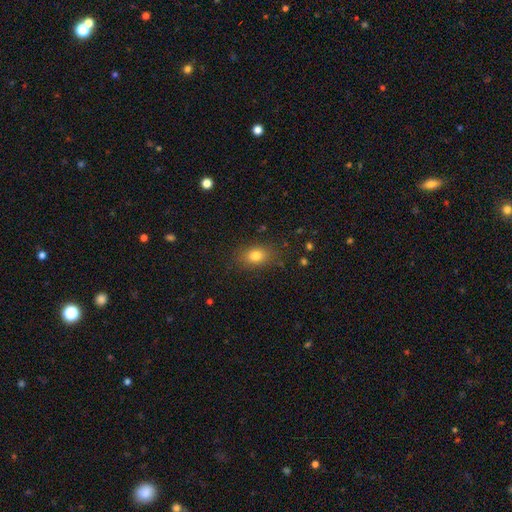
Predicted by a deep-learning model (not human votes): Smooth or featured? smooth (81%)
How rounded? in between (74%)
Merging? none (82%)